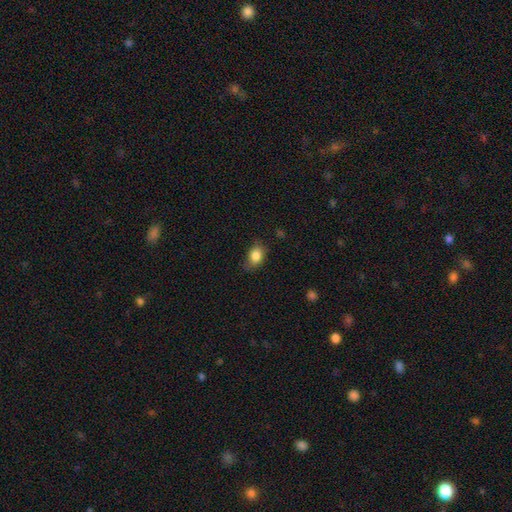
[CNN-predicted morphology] smooth 84%, star or artifact 9%, featured or disk 7%. Down the decision tree: how rounded — in between (72%); merging — none (67%).